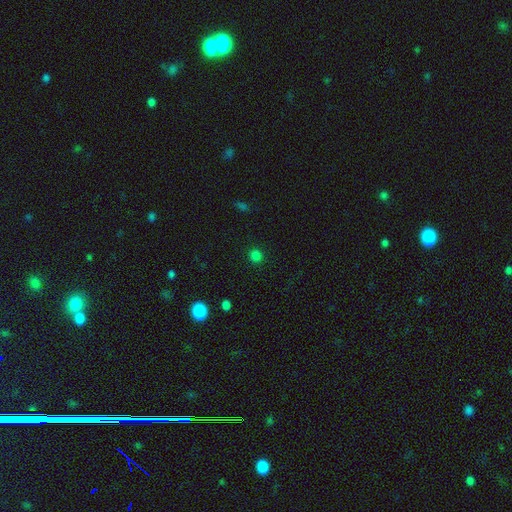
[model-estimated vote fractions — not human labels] A smooth galaxy with no disk features (80%) that is round (90%).

Vote fractions:
- Smooth or featured? smooth: 80% / star or artifact: 17% / featured or disk: 3%
- How rounded? round: 90% / in between: 9% / cigar-shaped: 1%
- Merging? none: 91% / minor disturbance: 6% / major disturbance: 2% / merger: 1%